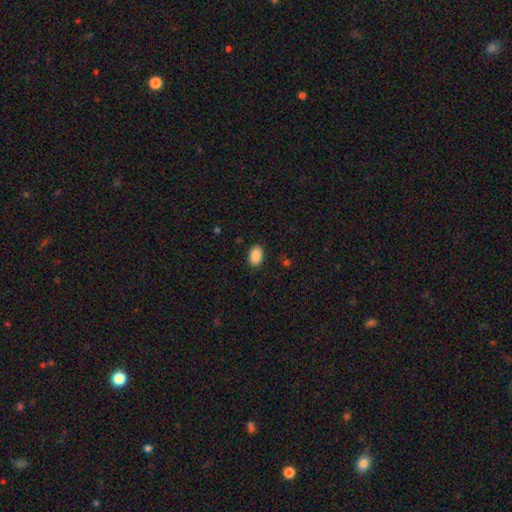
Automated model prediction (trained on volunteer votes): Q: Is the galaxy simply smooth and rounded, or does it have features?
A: smooth — 89%.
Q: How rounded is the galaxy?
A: in between — 89%.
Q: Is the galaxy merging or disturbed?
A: none — 88%.